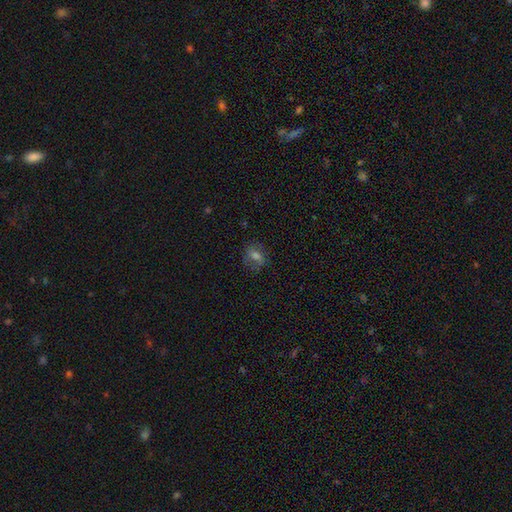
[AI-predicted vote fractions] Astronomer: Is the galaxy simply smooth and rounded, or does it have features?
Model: smooth — 55%.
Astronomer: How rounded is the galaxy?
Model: round — 51% (runner-up: in between, 46%).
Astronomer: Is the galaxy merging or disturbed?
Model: none — 77%.